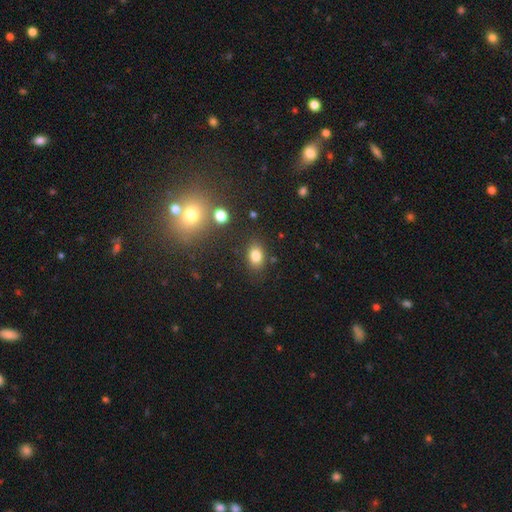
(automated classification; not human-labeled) A smooth galaxy with no disk features (80%) that is in between round and cigar-shaped (76%).

Vote fractions:
- Smooth or featured? smooth: 80% / star or artifact: 12% / featured or disk: 8%
- How rounded? in between: 76% / round: 23% / cigar-shaped: 1%
- Merging? none: 82% / minor disturbance: 11% / merger: 4% / major disturbance: 3%